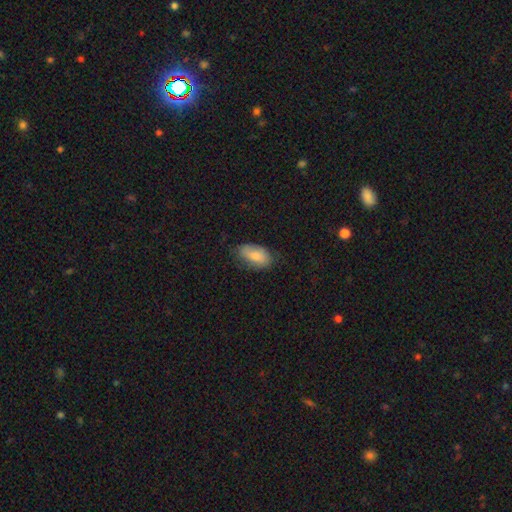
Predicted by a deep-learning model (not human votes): Morphology: type=smooth (84%); roundness=in between (93%); merging=none (70%).